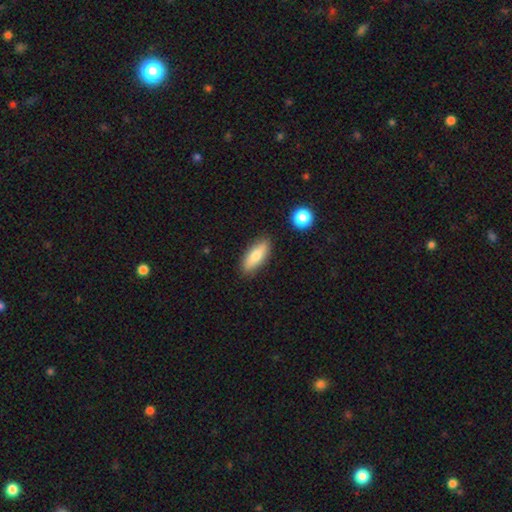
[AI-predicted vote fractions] Smooth or featured: smooth — 75% (featured or disk — 18%)
How rounded: in between — 67% (cigar-shaped — 30%)
Merging: none — 86% (minor disturbance — 10%)